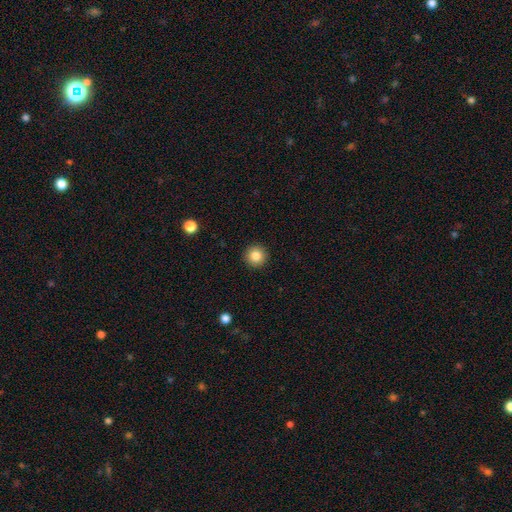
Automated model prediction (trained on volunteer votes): A smooth galaxy with no disk features (85%) that is round (95%).

Vote fractions:
- Smooth or featured? smooth: 85% / star or artifact: 10% / featured or disk: 5%
- How rounded? round: 95% / in between: 4% / cigar-shaped: 1%
- Merging? none: 93% / minor disturbance: 4% / major disturbance: 2% / merger: 1%